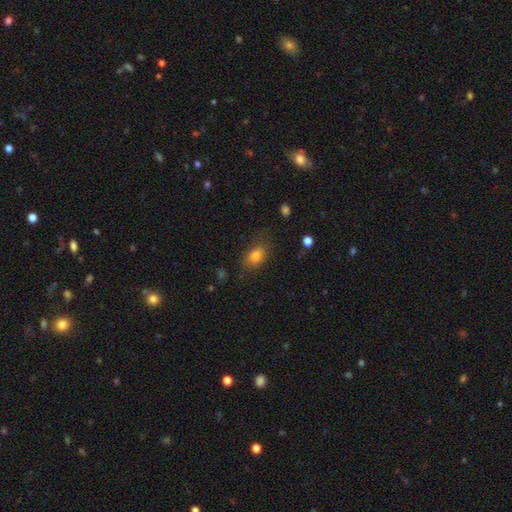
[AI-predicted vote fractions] smooth_or_featured: smooth (p=0.81) [alt: star or artifact p=0.10]
how_rounded: in between (p=0.81) [alt: round p=0.16]
merging: none (p=0.74) [alt: minor disturbance p=0.17]